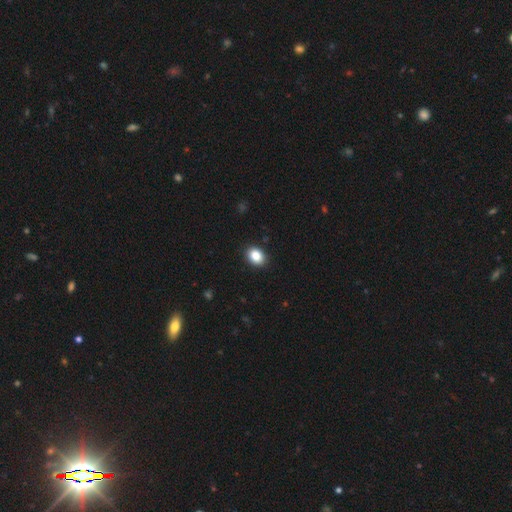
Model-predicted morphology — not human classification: smooth 87%, star or artifact 9%, featured or disk 5%. Down the decision tree: how rounded — in between (65%); merging — none (90%).